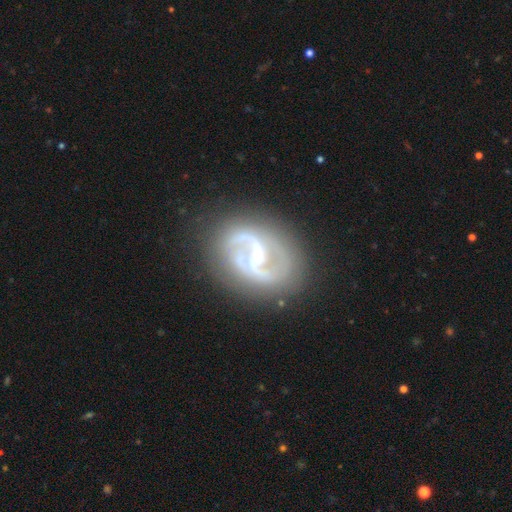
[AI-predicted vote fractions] smooth-or-featured: featured or disk: 88% | smooth: 6% | star or artifact: 6%
  disk-edge-on: no: 98% | yes: 2%
    bar: weak: 45% | strong: 41% | no: 14%
    has-spiral-arms: yes: 94% | no: 6%
      spiral-winding: medium: 52% | loose: 28% | tight: 20%
      spiral-arm-count: 2: 87% | can't tell: 5% | 3: 3% | 1: 3% | 4: 1% | more than 4: 1%
    bulge-size: small: 46% | moderate: 29% | none: 19% | large: 5% | dominant: 1%
  merging: none: 74% | minor disturbance: 15% | major disturbance: 9% | merger: 2%